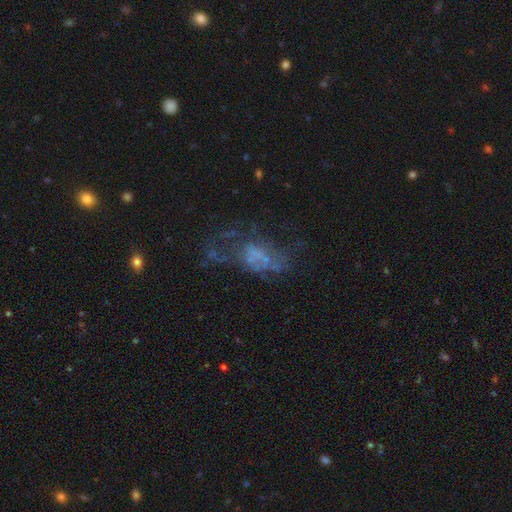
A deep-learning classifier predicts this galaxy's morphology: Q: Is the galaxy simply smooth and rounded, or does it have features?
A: featured or disk — 52%.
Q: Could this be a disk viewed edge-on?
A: no — 96%.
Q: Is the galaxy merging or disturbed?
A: major disturbance — 43%.